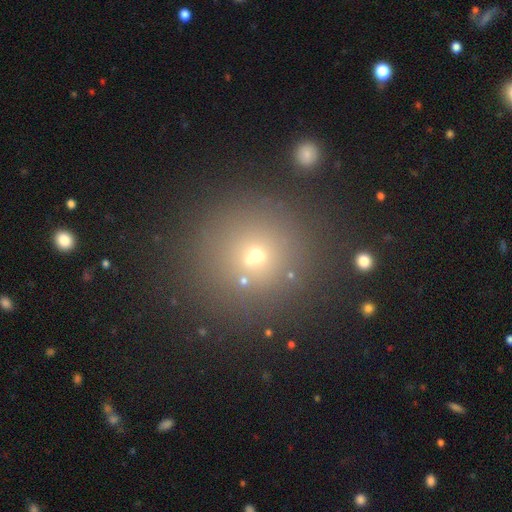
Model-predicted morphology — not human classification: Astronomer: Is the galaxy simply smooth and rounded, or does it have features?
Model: smooth — 58%.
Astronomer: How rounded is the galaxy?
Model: round — 90%.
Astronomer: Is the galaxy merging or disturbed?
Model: none — 72%.